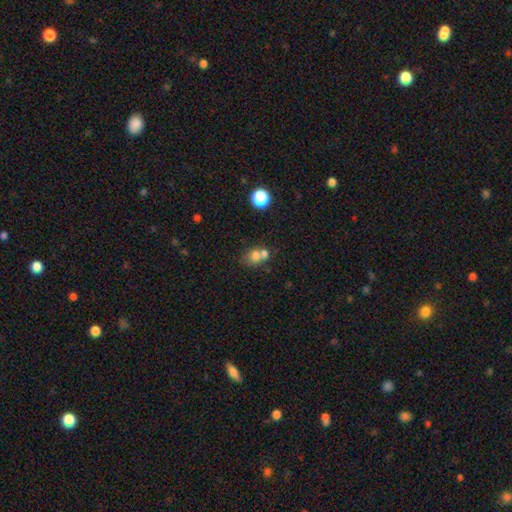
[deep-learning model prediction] The model was most divided on "merging": merger: 51%, none: 36%, minor disturbance: 9%, major disturbance: 4%. More confident: smooth or featured — smooth (71%); how rounded — round (60%).